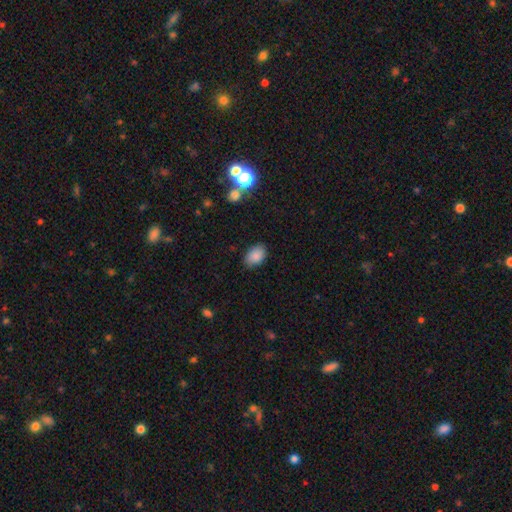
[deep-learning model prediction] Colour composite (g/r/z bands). It shows a smooth galaxy with no disk features (86%) that is in between round and cigar-shaped (86%). Merging: none (80%).